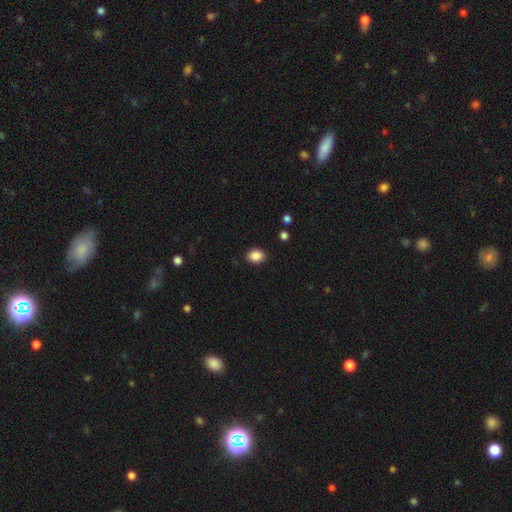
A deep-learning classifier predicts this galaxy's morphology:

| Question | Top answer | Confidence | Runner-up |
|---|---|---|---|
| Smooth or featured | smooth | 88% | star or artifact (9%) |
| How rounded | in between | 52% | round (48%) |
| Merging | none | 89% | minor disturbance (8%) |